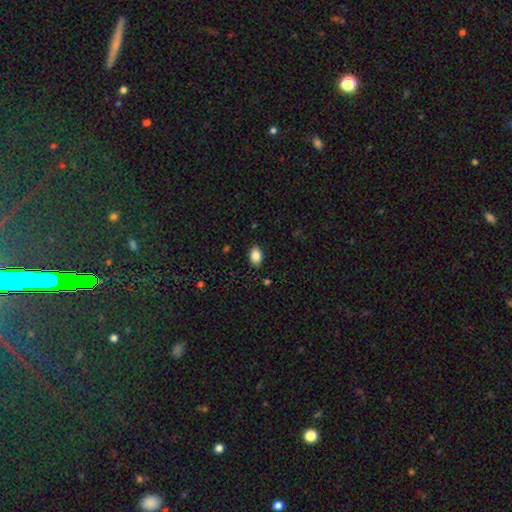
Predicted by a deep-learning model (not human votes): A smooth galaxy with no disk features (86%) that is in between round and cigar-shaped (84%).

Vote fractions:
- Smooth or featured? smooth: 86% / star or artifact: 8% / featured or disk: 5%
- How rounded? in between: 84% / round: 15% / cigar-shaped: 1%
- Merging? none: 87% / minor disturbance: 10% / major disturbance: 2% / merger: 1%